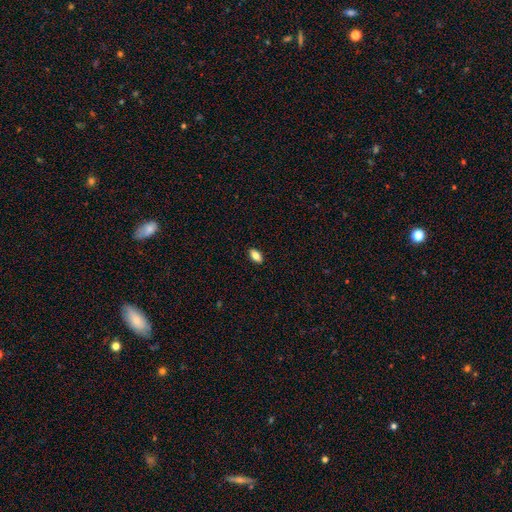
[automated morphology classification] smooth-or-featured: smooth: 80% | featured or disk: 12% | star or artifact: 8%
  how-rounded: in between: 89% | cigar-shaped: 7% | round: 4%
  merging: none: 90% | minor disturbance: 7% | major disturbance: 2% | merger: 1%